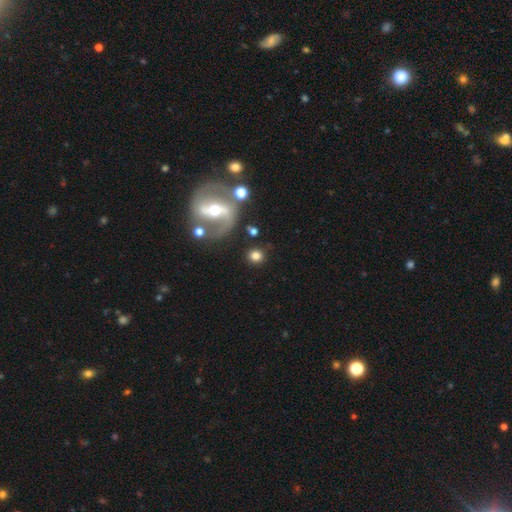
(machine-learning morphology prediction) Q: Smooth or featured?
A: smooth (72%); runner-up: featured or disk (18%)
Q: How rounded?
A: round (87%); runner-up: in between (11%)
Q: Merging?
A: none (82%); runner-up: minor disturbance (8%)